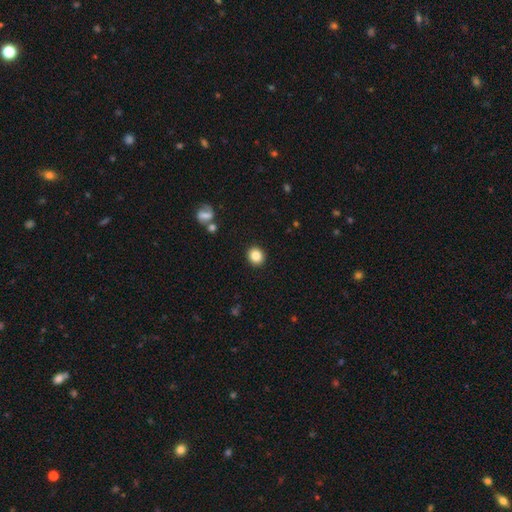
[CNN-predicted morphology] This appears to be a smooth galaxy with no disk features (85%) that is round (81%). Merging: none (91%).